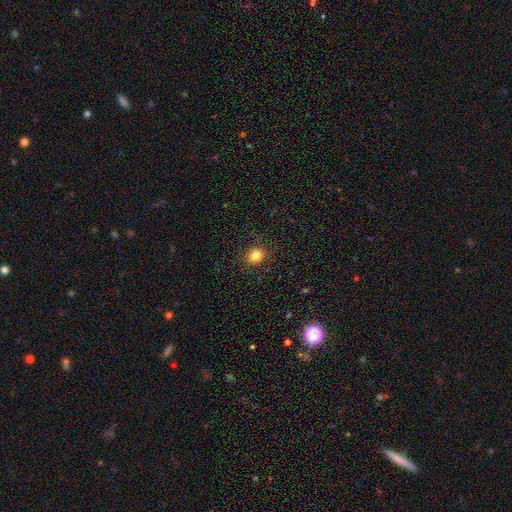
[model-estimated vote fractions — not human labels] The model was most divided on "how rounded": round: 78%, in between: 21%, cigar-shaped: 1%. More confident: merging — none (90%); smooth or featured — smooth (82%).